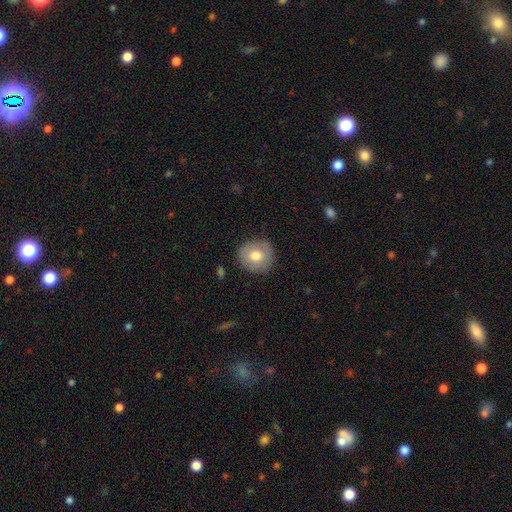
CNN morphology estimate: type=smooth (73%); roundness=round (88%); merging=none (86%).